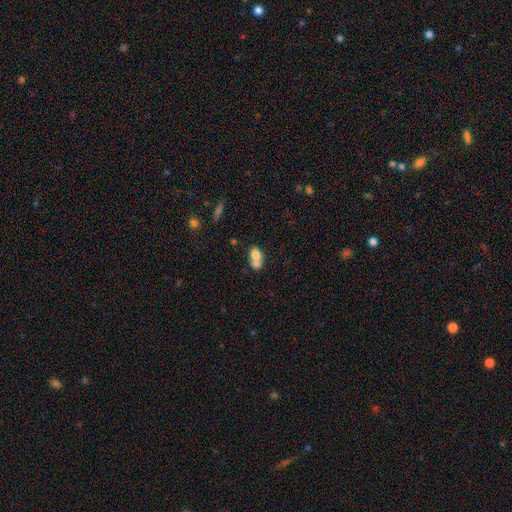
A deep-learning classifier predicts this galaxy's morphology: Smooth or featured? Predicted: smooth (p=0.71). How rounded? Predicted: in between (p=0.66). Merging? Predicted: merger (p=0.64).